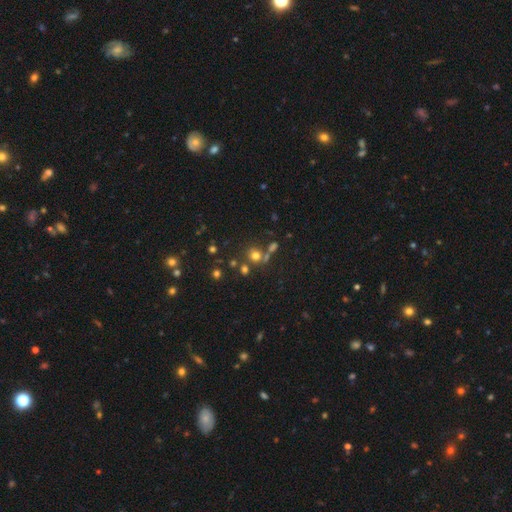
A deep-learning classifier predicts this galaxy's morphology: Smooth or featured? smooth (66%)
How rounded? round (83%)
Merging? none (62%)